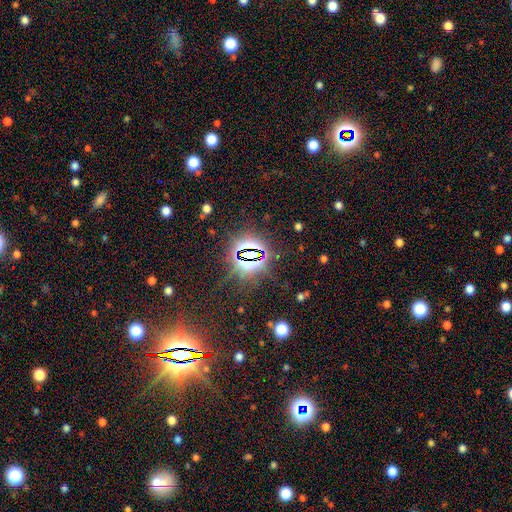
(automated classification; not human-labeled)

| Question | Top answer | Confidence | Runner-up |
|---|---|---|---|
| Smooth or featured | star or artifact | 84% | smooth (8%) |